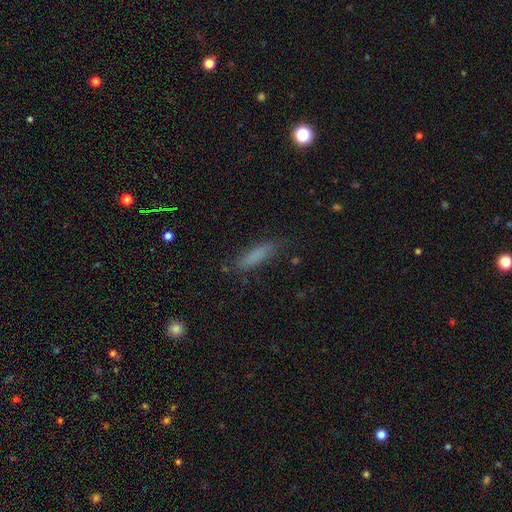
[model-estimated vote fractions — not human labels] smooth 79%, featured or disk 12%, star or artifact 9%. Down the decision tree: how rounded — cigar-shaped (74%); merging — none (79%).